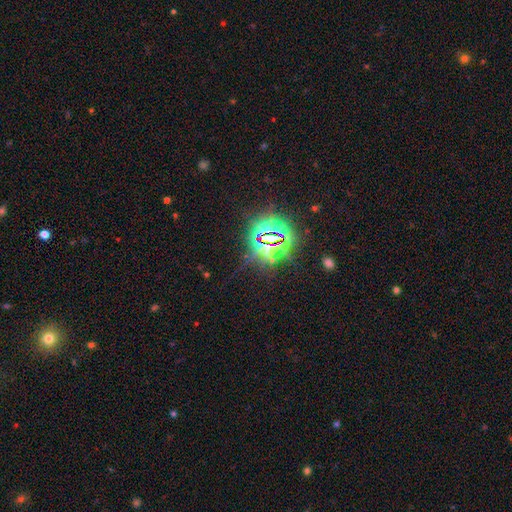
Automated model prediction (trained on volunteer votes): The model was most divided on "smooth or featured": star or artifact: 85%, smooth: 9%, featured or disk: 7%.